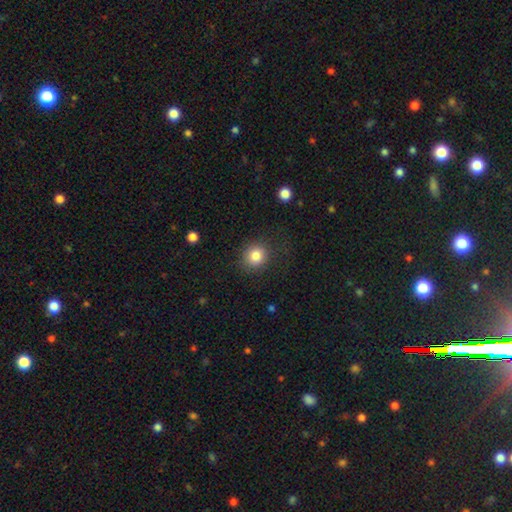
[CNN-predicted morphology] A smooth galaxy with no disk features (82%) that is round (82%).

Vote fractions:
- Smooth or featured? smooth: 82% / star or artifact: 11% / featured or disk: 7%
- How rounded? round: 82% / in between: 18% / cigar-shaped: 1%
- Merging? none: 83% / minor disturbance: 11% / major disturbance: 5% / merger: 1%